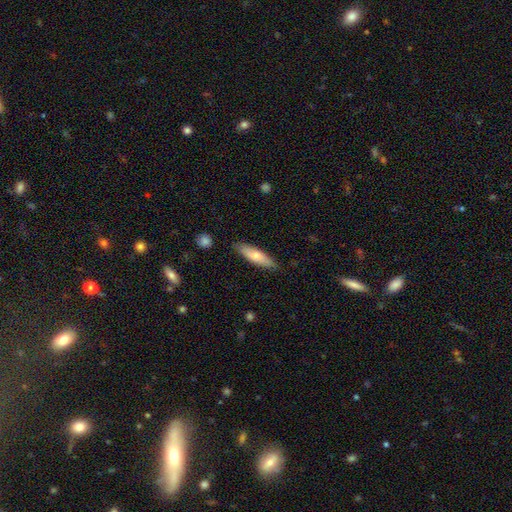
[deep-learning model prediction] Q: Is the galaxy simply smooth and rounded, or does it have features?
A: smooth — 66%.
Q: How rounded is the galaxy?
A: cigar-shaped — 64%.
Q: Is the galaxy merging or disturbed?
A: none — 85%.